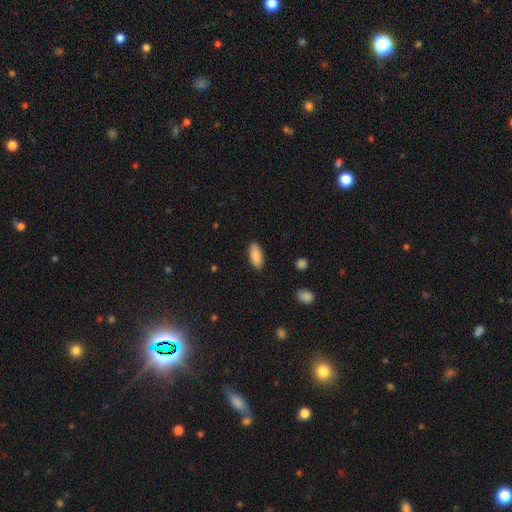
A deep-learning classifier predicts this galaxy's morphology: smooth-or-featured: smooth: 89% | star or artifact: 6% | featured or disk: 5%
  how-rounded: in between: 84% | cigar-shaped: 14% | round: 2%
  merging: none: 88% | minor disturbance: 9% | major disturbance: 2% | merger: 1%